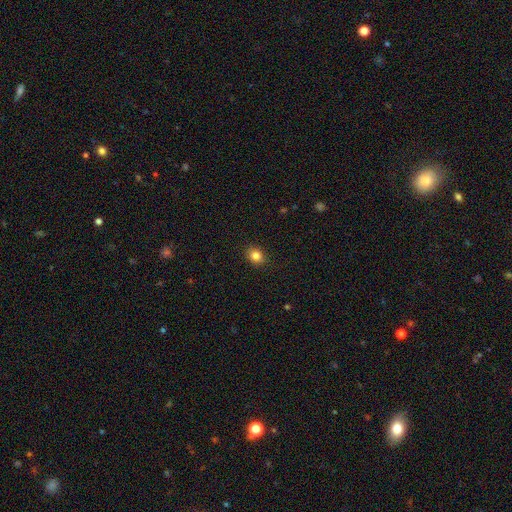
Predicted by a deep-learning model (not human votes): A smooth galaxy with no disk features (84%) that is round (62%). Merging: none (90%).